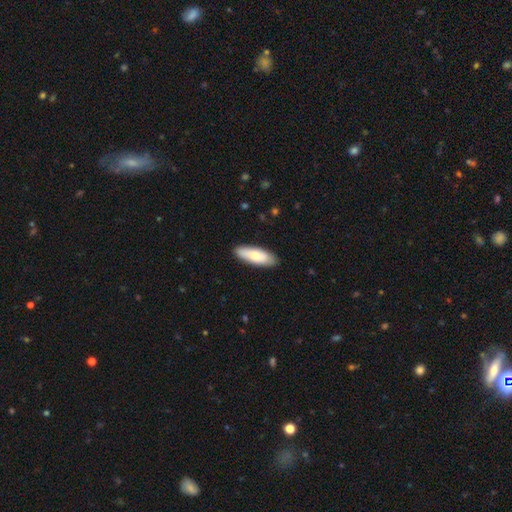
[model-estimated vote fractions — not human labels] Q: Smooth or featured?
A: smooth (74%); runner-up: featured or disk (21%)
Q: How rounded?
A: in between (62%); runner-up: cigar-shaped (36%)
Q: Merging?
A: none (88%); runner-up: minor disturbance (10%)